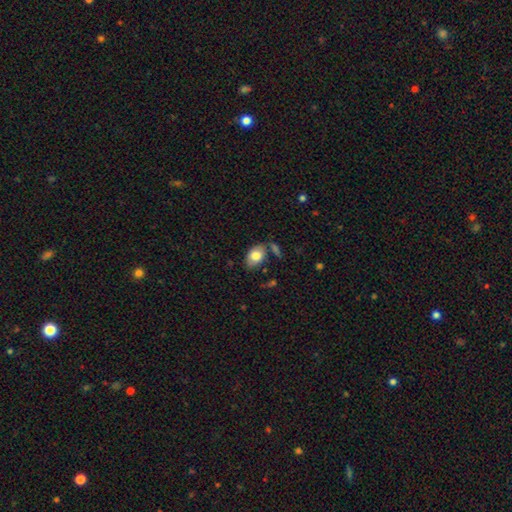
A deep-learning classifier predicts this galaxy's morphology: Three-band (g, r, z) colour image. It shows a smooth galaxy with no disk features (80%) that is in between round and cigar-shaped (87%). Merging: none (68%).